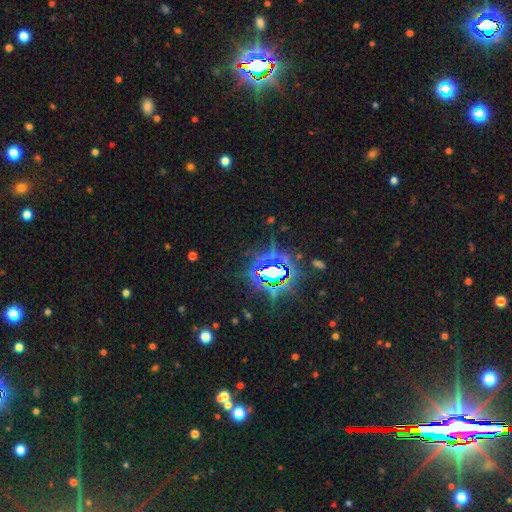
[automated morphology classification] A star or artifact, not a galaxy (85%).

Vote fractions:
- Smooth or featured? star or artifact: 85% / smooth: 8% / featured or disk: 6%